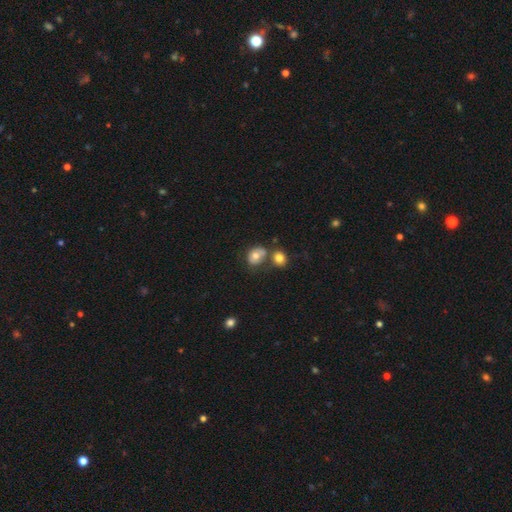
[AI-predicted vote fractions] Smooth or featured?
  - smooth: 72% *
  - featured or disk: 17%
  - star or artifact: 11%
How rounded?
  - in between: 53% *
  - round: 45%
  - cigar-shaped: 1%
Merging?
  - none: 48% *
  - merger: 31%
  - minor disturbance: 15%
  - major disturbance: 6%